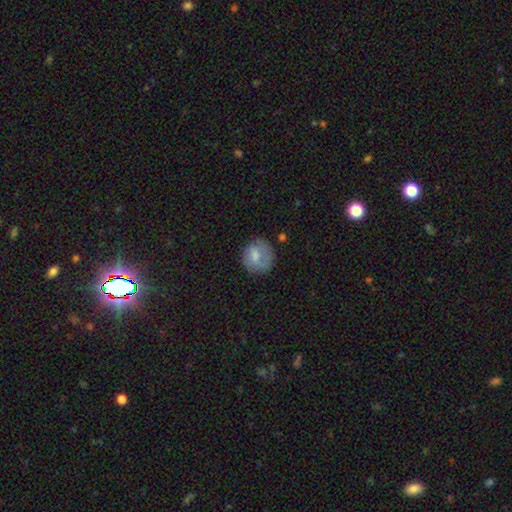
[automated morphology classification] A smooth galaxy with no disk features (74%) that is round (81%).

Vote fractions:
- Smooth or featured? smooth: 74% / featured or disk: 19% / star or artifact: 8%
- How rounded? round: 81% / in between: 18% / cigar-shaped: 1%
- Merging? none: 65% / minor disturbance: 23% / major disturbance: 10% / merger: 2%